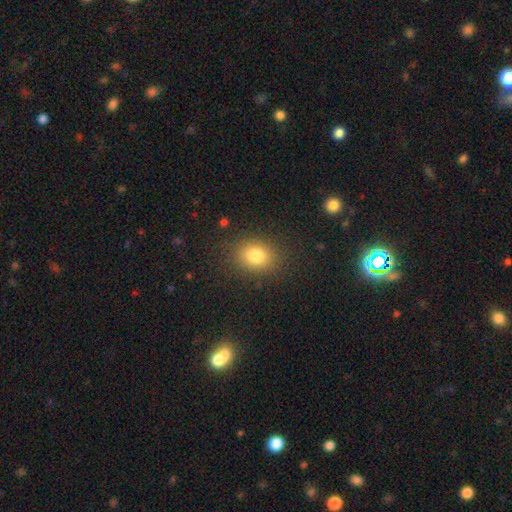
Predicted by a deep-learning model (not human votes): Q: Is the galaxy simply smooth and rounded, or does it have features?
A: smooth — 81%.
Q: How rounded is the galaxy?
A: in between — 51%.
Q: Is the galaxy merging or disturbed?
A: none — 85%.